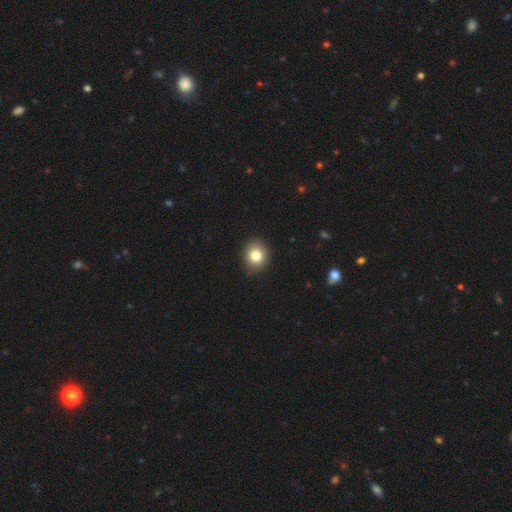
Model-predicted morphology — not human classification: smooth 83%, star or artifact 9%, featured or disk 7%. Down the decision tree: how rounded — round (75%); merging — none (88%).